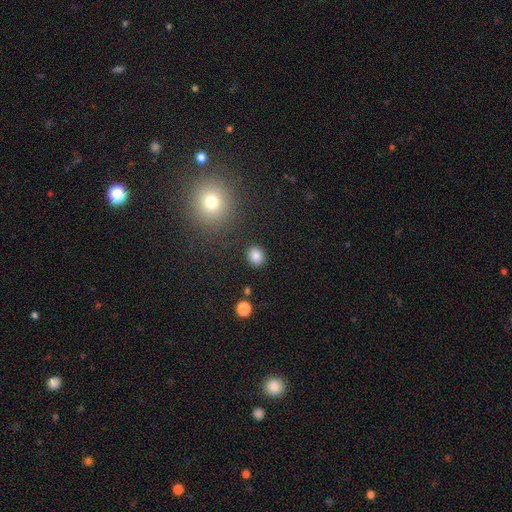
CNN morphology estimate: Smooth or featured: smooth — 85% (star or artifact — 11%)
How rounded: round — 70% (in between — 29%)
Merging: none — 88% (minor disturbance — 7%)